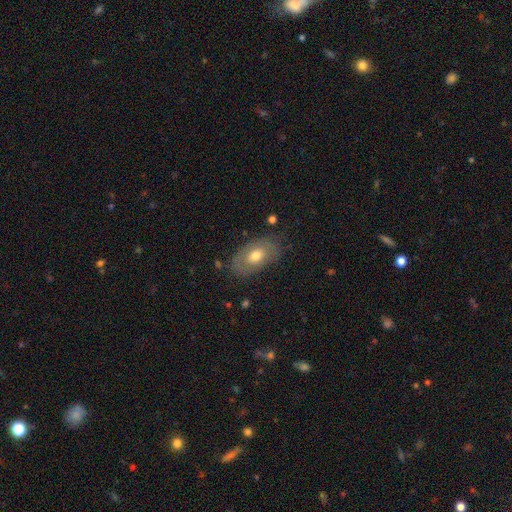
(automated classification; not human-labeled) Smooth or featured?
  - smooth: 59% *
  - featured or disk: 34%
  - star or artifact: 7%
How rounded?
  - in between: 91% *
  - round: 7%
  - cigar-shaped: 2%
Merging?
  - none: 74% *
  - minor disturbance: 19%
  - major disturbance: 6%
  - merger: 2%